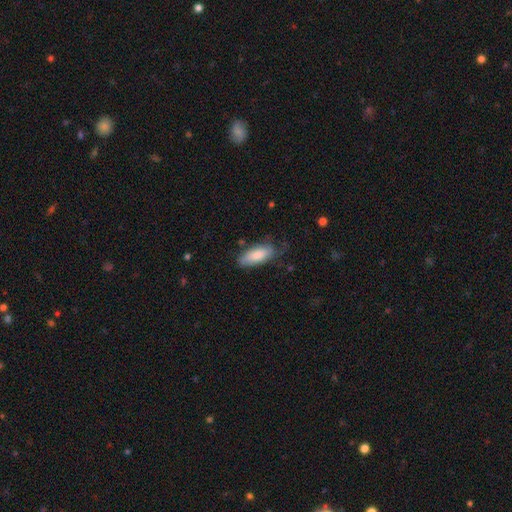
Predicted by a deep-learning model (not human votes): Overall: smooth (80%). How rounded: in between (76%). Merging: none (62%; minor disturbance 28%).